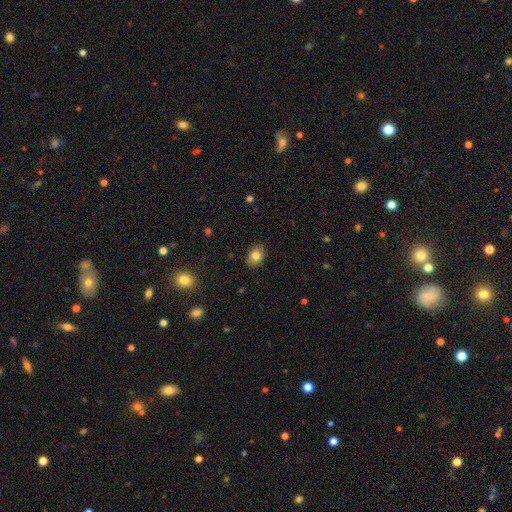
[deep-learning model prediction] This appears to be a smooth galaxy with no disk features (81%) that is in between round and cigar-shaped (70%). Merging: none (88%).